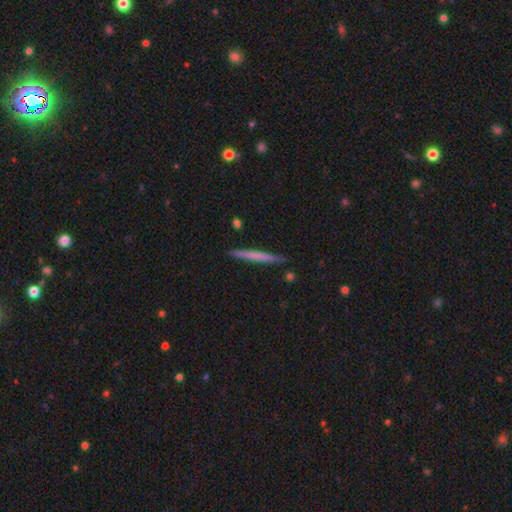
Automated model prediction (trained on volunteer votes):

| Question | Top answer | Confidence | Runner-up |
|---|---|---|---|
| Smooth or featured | smooth | 54% | featured or disk (41%) |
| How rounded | cigar-shaped | 97% | in between (2%) |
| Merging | none | 90% | minor disturbance (7%) |